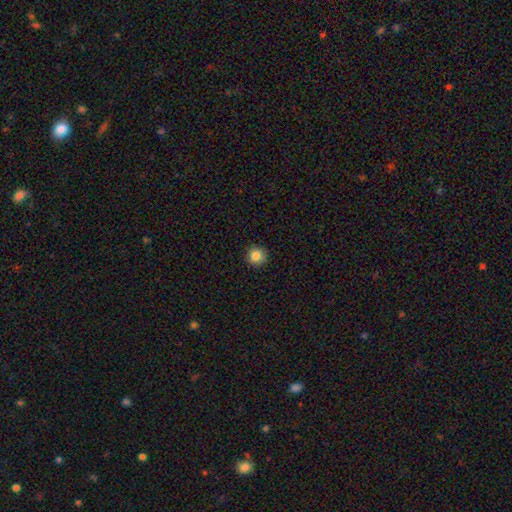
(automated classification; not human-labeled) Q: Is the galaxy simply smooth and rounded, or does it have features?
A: smooth — 84%.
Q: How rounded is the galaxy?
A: round — 95%.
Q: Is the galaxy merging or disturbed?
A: none — 92%.